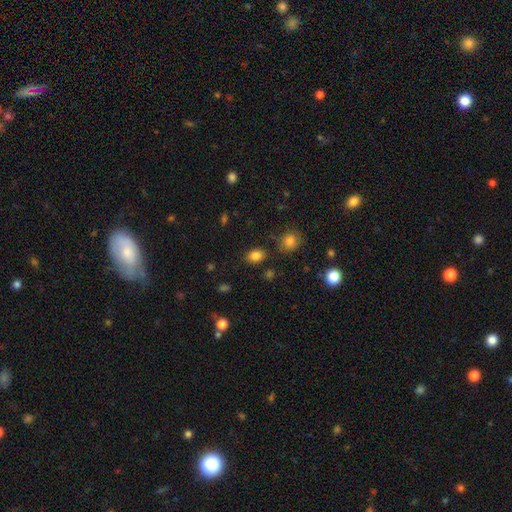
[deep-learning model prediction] smooth 84%, star or artifact 11%, featured or disk 5%. Down the decision tree: how rounded — in between (69%); merging — none (82%).